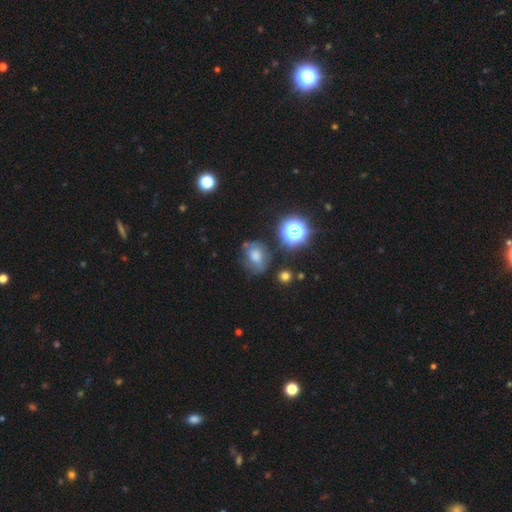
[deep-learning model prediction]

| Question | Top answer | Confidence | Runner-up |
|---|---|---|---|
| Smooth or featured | smooth | 46% | featured or disk (27%) |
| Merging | none | 61% | minor disturbance (23%) |